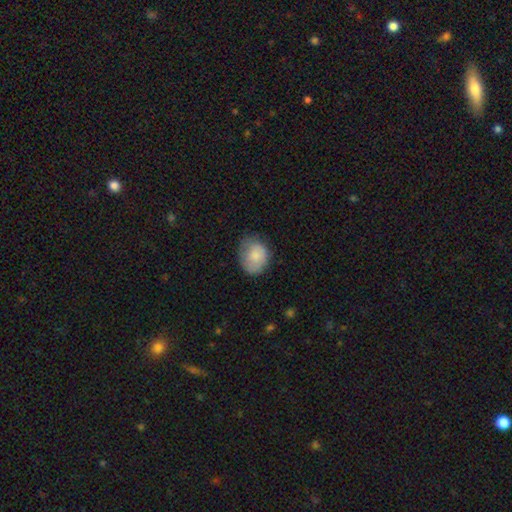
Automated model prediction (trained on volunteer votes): A smooth galaxy with no disk features (78%) that is round (54%). Merging: none (58%).